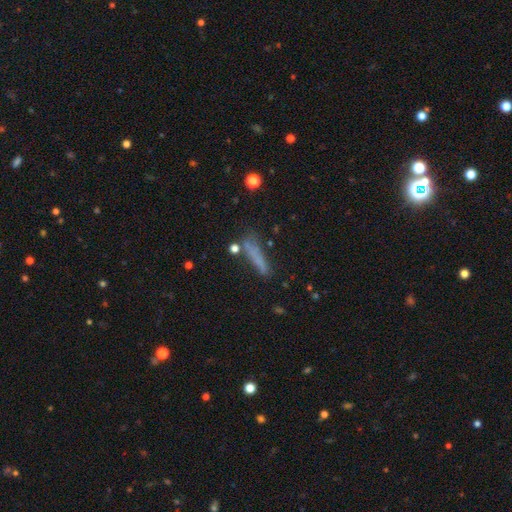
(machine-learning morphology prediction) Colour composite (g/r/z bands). It shows a smooth galaxy with no disk features (67%) that is cigar-shaped (86%). Merging: none (66%).